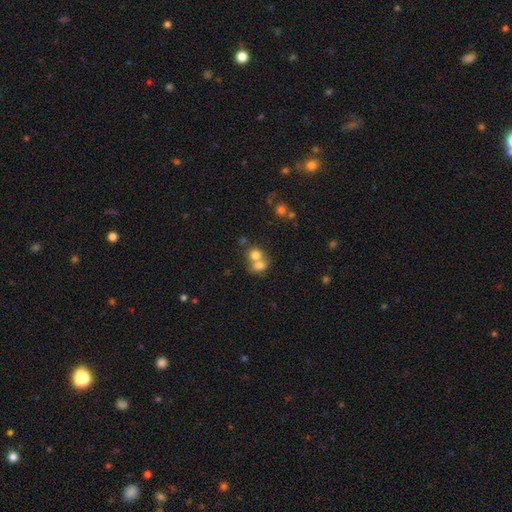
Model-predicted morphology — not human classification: A smooth galaxy with no disk features (74%) that is round (59%).

Vote fractions:
- Smooth or featured? smooth: 74% / featured or disk: 15% / star or artifact: 11%
- How rounded? round: 59% / in between: 40% / cigar-shaped: 1%
- Merging? merger: 62% / none: 28% / minor disturbance: 6% / major disturbance: 3%